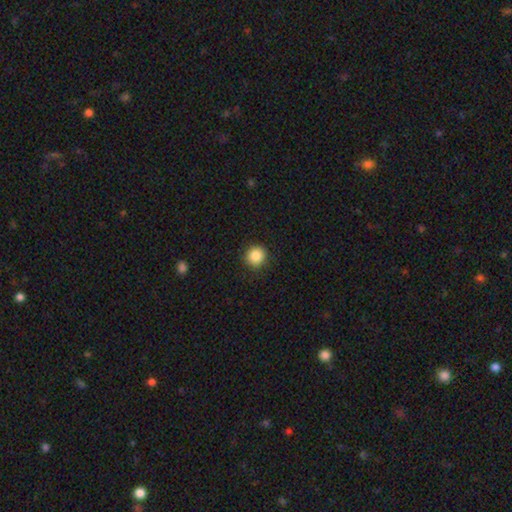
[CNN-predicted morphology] smooth_or_featured: smooth (p=0.88) [alt: star or artifact p=0.09]
how_rounded: round (p=0.92) [alt: in between p=0.07]
merging: none (p=0.91) [alt: minor disturbance p=0.06]